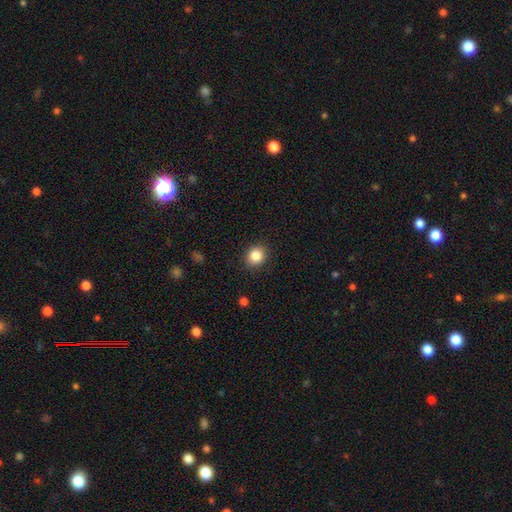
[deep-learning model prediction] Morphology: type=smooth (85%); roundness=round (78%); merging=none (90%).